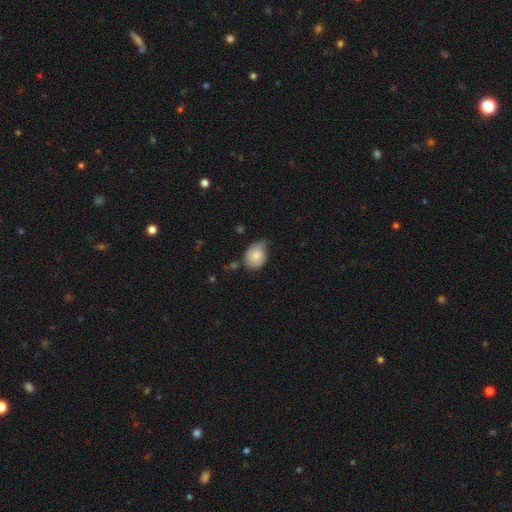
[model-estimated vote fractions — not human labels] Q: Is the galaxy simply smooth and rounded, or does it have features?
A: smooth — 72%.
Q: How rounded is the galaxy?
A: in between — 52%.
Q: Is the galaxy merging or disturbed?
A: minor disturbance — 46%.